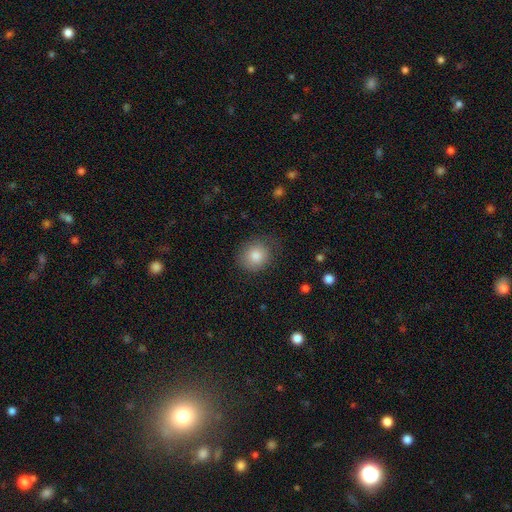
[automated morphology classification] This appears to be a smooth galaxy with no disk features (84%) that is round (76%). Merging: none (75%).